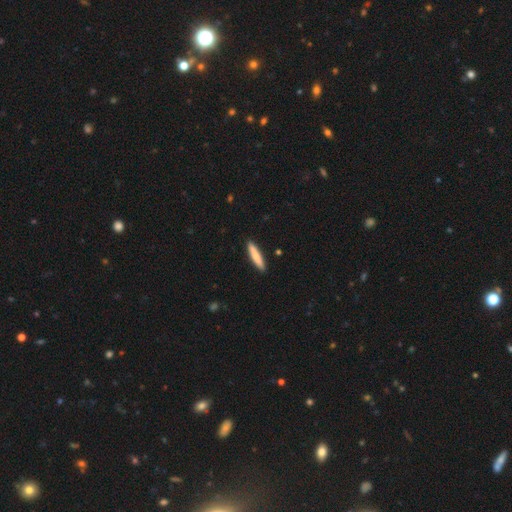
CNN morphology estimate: Smooth or featured? Predicted: smooth (p=0.79). How rounded? Predicted: cigar-shaped (p=0.88). Merging? Predicted: none (p=0.90).